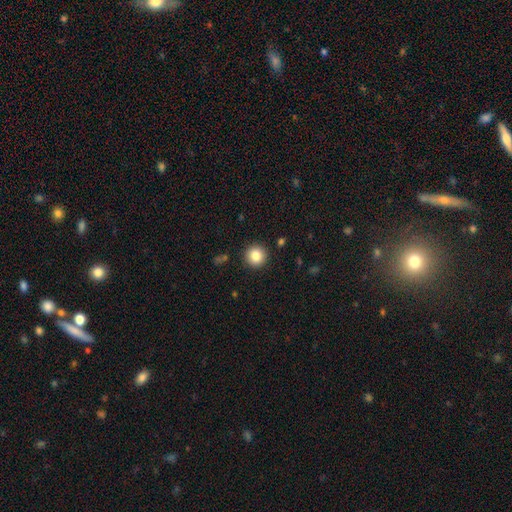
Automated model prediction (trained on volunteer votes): smooth_or_featured: smooth (p=0.84) [alt: star or artifact p=0.10]
how_rounded: round (p=0.95) [alt: in between p=0.04]
merging: none (p=0.91) [alt: minor disturbance p=0.05]